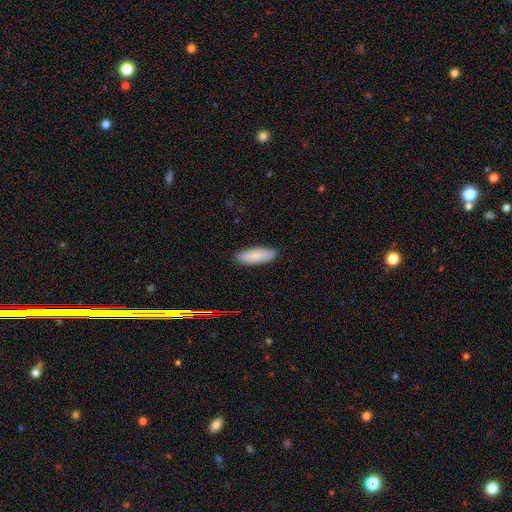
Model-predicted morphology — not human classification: Smooth or featured: smooth — 87% (featured or disk — 6%)
How rounded: in between — 68% (cigar-shaped — 31%)
Merging: none — 88% (minor disturbance — 10%)